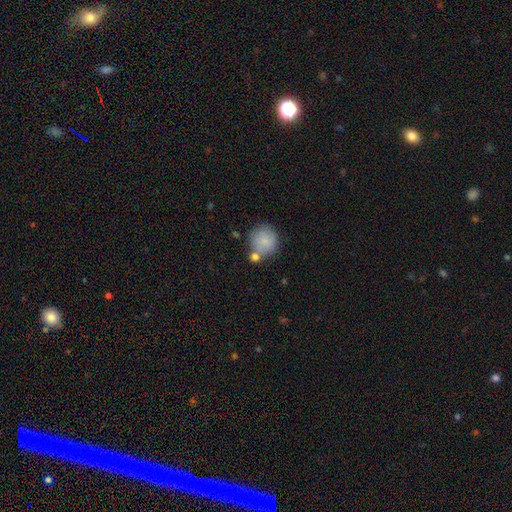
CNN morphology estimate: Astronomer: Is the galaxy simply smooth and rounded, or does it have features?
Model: smooth — 79%.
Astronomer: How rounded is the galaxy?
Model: round — 87%.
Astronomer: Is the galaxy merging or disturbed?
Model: none — 60%.